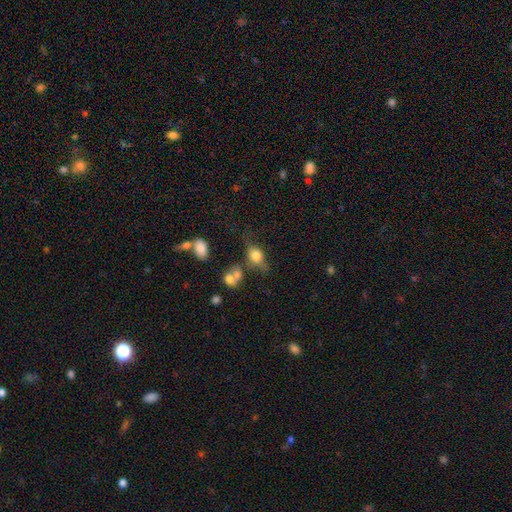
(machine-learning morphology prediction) Smooth or featured?
  - smooth: 73% *
  - featured or disk: 17%
  - star or artifact: 10%
How rounded?
  - in between: 64% *
  - round: 33%
  - cigar-shaped: 3%
Merging?
  - none: 45% *
  - minor disturbance: 25%
  - major disturbance: 16%
  - merger: 14%